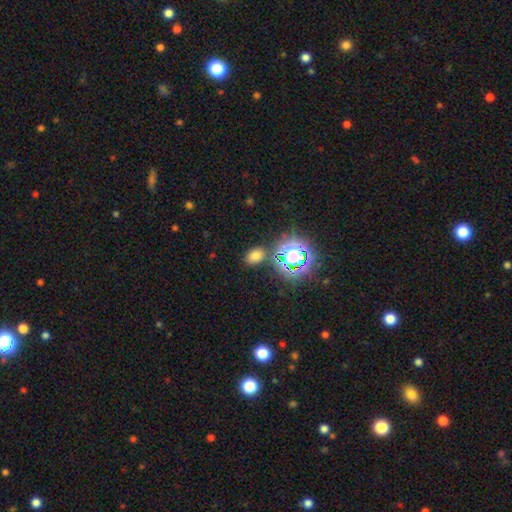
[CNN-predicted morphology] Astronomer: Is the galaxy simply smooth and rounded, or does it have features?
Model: smooth — 66%.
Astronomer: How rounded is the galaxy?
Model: in between — 73%.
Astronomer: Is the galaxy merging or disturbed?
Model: none — 81%.